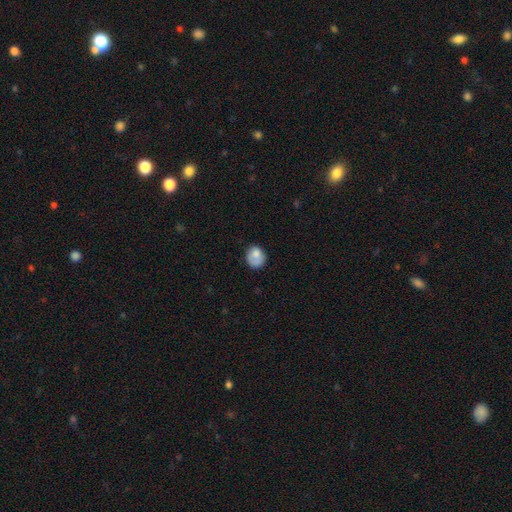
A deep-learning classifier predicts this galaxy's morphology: Smooth or featured? Predicted: smooth (p=0.76). How rounded? Predicted: round (p=0.64). Merging? Predicted: none (p=0.60).